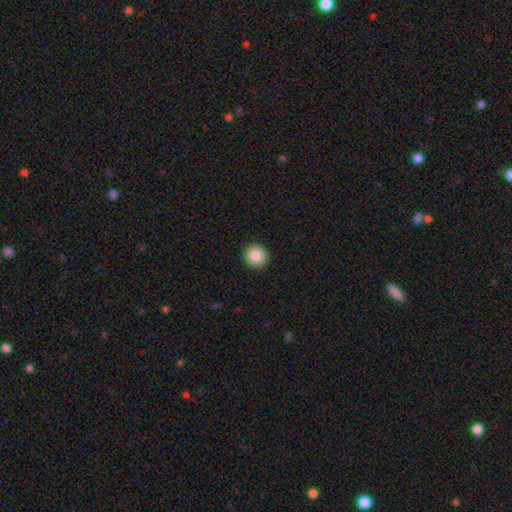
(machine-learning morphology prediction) The model was most divided on "smooth or featured": smooth: 85%, star or artifact: 8%, featured or disk: 6%. More confident: merging — none (92%); how rounded — round (90%).